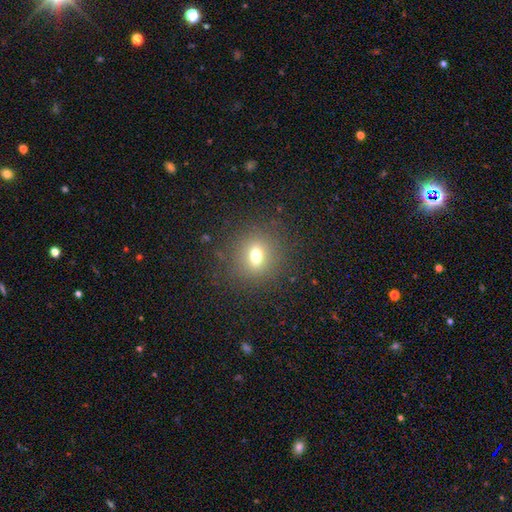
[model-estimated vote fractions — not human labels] Q: Smooth or featured?
A: smooth (67%); runner-up: star or artifact (17%)
Q: How rounded?
A: round (67%); runner-up: in between (31%)
Q: Merging?
A: none (85%); runner-up: minor disturbance (9%)